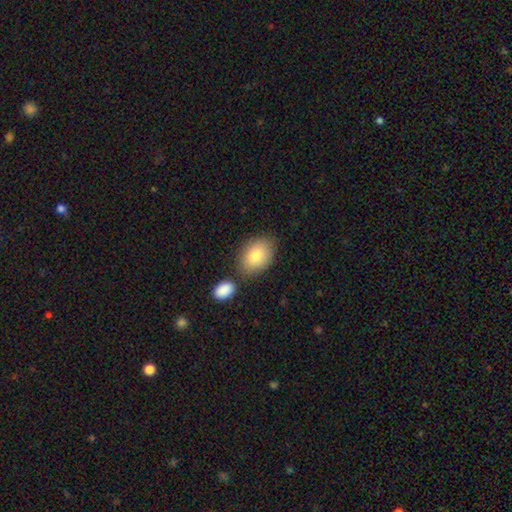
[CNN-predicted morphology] A smooth galaxy with no disk features (82%) that is in between round and cigar-shaped (81%). Merging: none (71%).